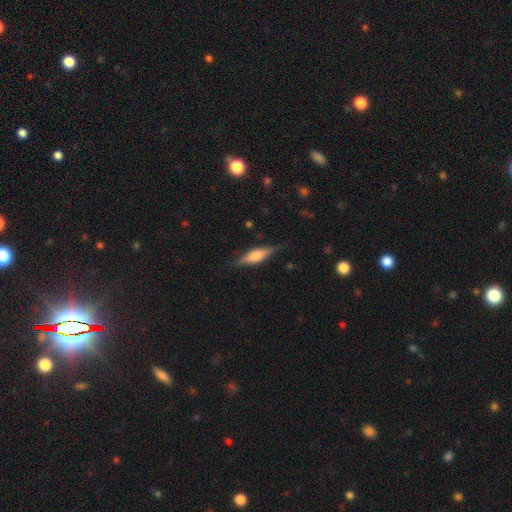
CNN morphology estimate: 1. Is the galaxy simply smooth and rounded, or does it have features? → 58% featured or disk, 35% smooth, 7% star or artifact.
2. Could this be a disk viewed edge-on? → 95% yes, 5% no.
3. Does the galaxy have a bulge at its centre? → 77% rounded, 19% boxy, 4% none.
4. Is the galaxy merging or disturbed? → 82% none, 14% minor disturbance, 3% major disturbance, 1% merger.